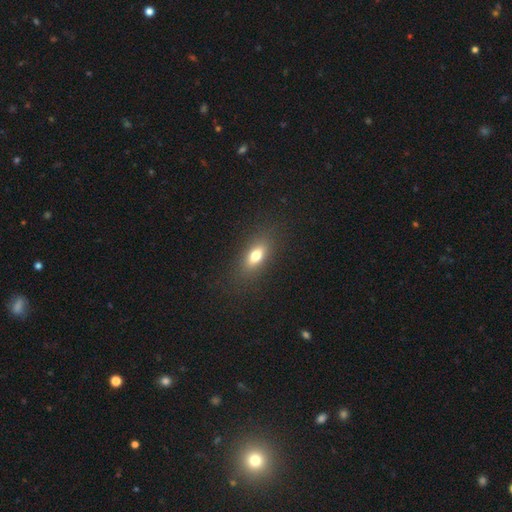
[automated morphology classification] This is likely a smooth galaxy (72%). How rounded: likely in between (76%). Merging: clearly none (86%).